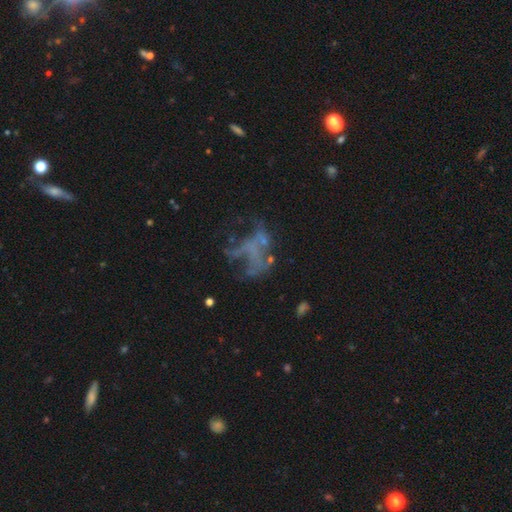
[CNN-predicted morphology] This is possibly a featured or disk galaxy (54%). It is clearly not viewed edge-on (97%). Bar: clearly no (90%). Spiral arm pattern: clearly no (89%). Central bulge: clearly none (86%). Merging: marginally major disturbance (41%).